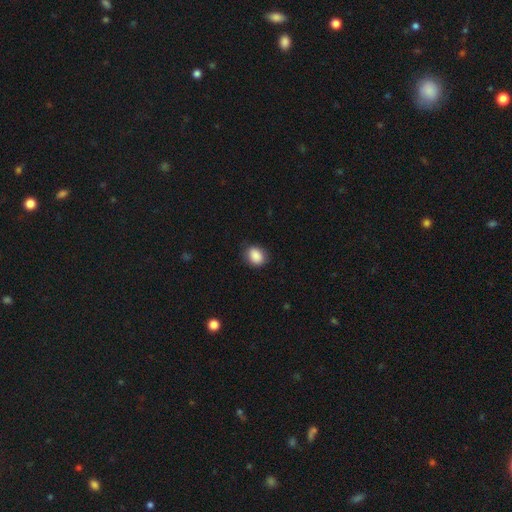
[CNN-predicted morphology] smooth 88%, star or artifact 8%, featured or disk 4%. Down the decision tree: how rounded — in between (55%); merging — none (81%).